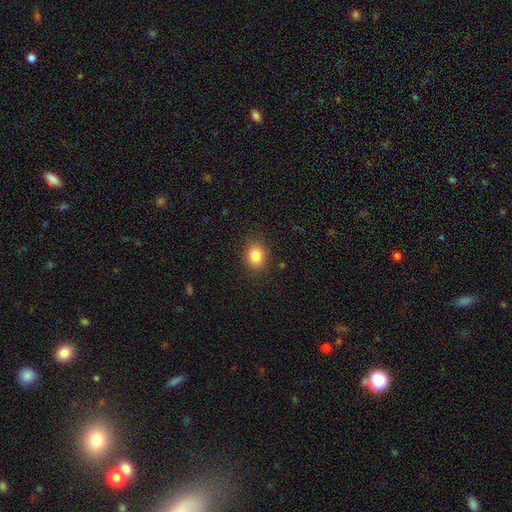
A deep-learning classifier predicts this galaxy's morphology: smooth-or-featured: smooth: 84% | star or artifact: 10% | featured or disk: 6%
  how-rounded: round: 52% | in between: 47% | cigar-shaped: 1%
  merging: none: 87% | minor disturbance: 9% | major disturbance: 3% | merger: 1%